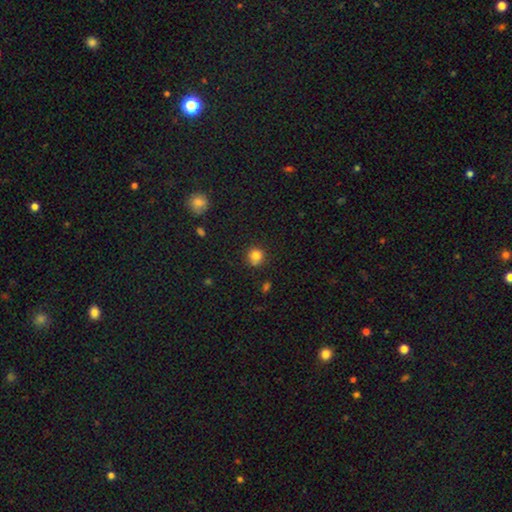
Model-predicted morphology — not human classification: type=smooth (82%); roundness=round (91%); merging=none (83%).